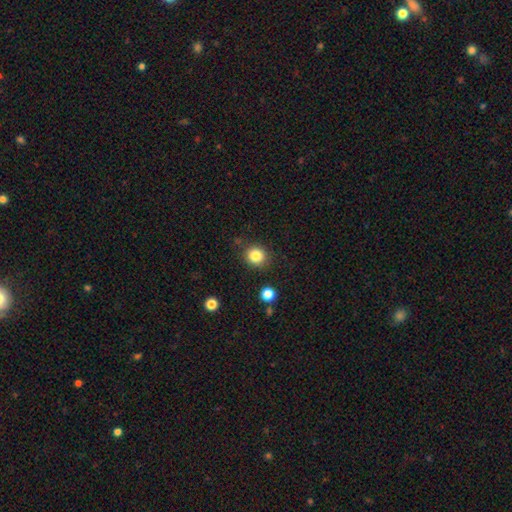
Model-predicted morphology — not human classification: Overall: smooth (84%). How rounded: round (86%). Merging: none (86%).